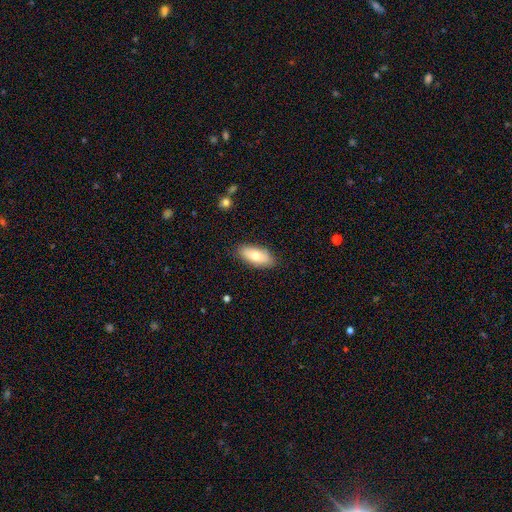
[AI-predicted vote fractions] smooth_or_featured: smooth (p=0.76) [alt: featured or disk p=0.17]
how_rounded: in between (p=0.82) [alt: cigar-shaped p=0.15]
merging: none (p=0.86) [alt: minor disturbance p=0.10]